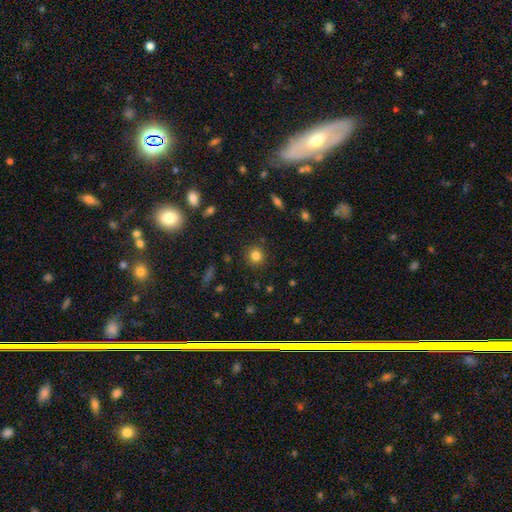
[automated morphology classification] smooth_or_featured: smooth (p=0.82) [alt: star or artifact p=0.12]
how_rounded: round (p=0.91) [alt: in between p=0.08]
merging: none (p=0.90) [alt: minor disturbance p=0.06]